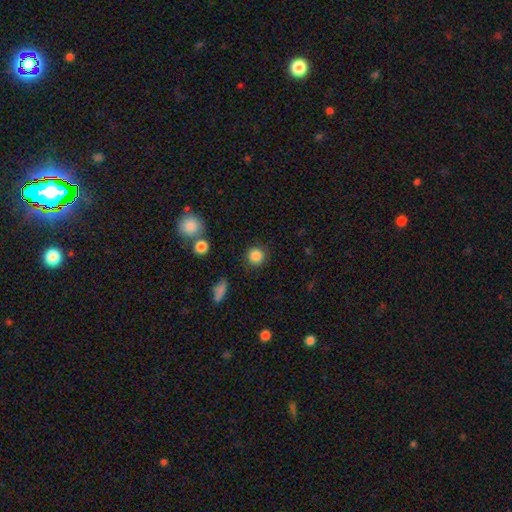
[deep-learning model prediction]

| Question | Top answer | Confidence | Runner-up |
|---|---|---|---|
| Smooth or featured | smooth | 86% | star or artifact (10%) |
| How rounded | round | 92% | in between (7%) |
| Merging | none | 87% | minor disturbance (7%) |